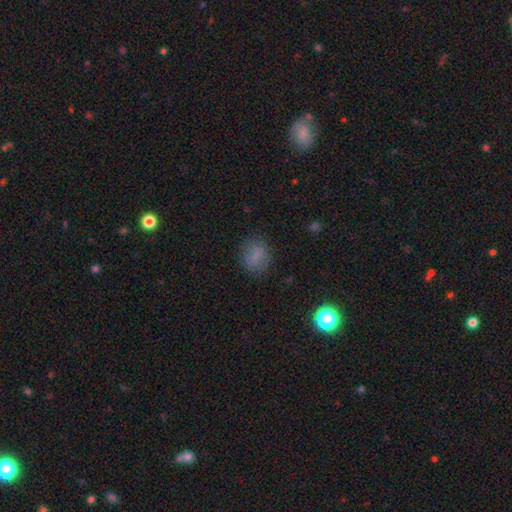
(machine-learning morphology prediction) type=smooth (75%); roundness=round (52%); merging=none (81%).